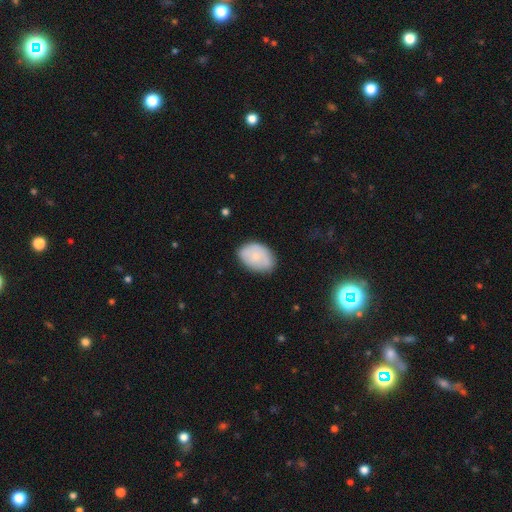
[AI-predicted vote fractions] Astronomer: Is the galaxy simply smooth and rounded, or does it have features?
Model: smooth — 74%.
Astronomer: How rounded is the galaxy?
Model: in between — 83%.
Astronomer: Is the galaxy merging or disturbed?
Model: none — 74%.